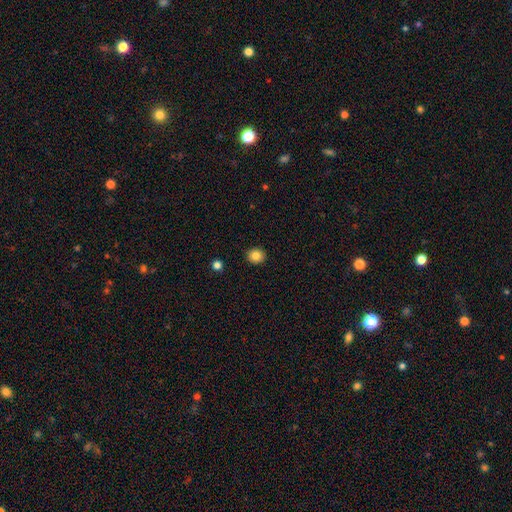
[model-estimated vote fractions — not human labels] A smooth galaxy with no disk features (84%) that is round (84%).

Vote fractions:
- Smooth or featured? smooth: 84% / star or artifact: 10% / featured or disk: 6%
- How rounded? round: 84% / in between: 15% / cigar-shaped: 1%
- Merging? none: 92% / minor disturbance: 5% / major disturbance: 2% / merger: 1%